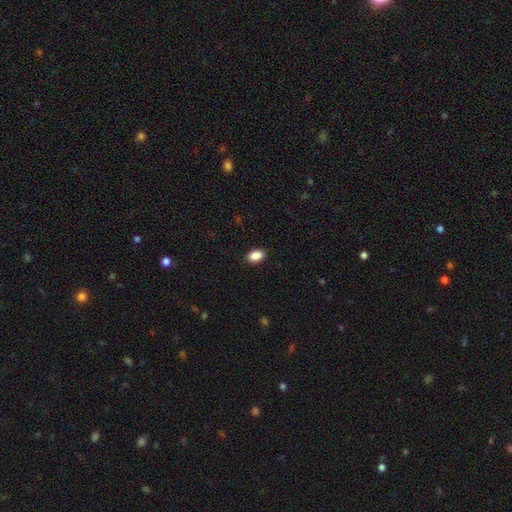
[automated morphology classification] Smooth or featured? smooth (90%)
How rounded? in between (89%)
Merging? none (90%)